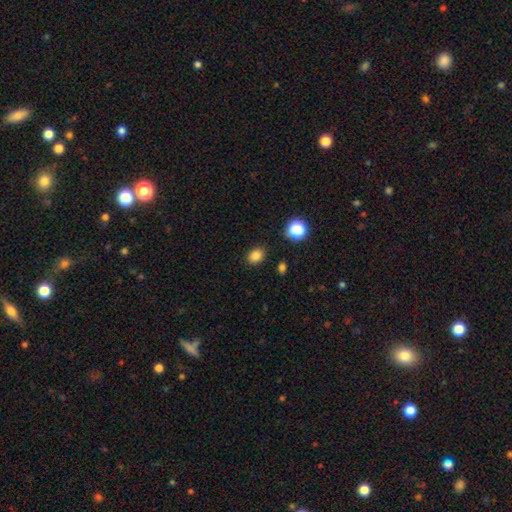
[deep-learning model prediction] smooth_or_featured: smooth (p=0.83) [alt: star or artifact p=0.13]
how_rounded: round (p=0.51) [alt: in between p=0.48]
merging: none (p=0.86) [alt: minor disturbance p=0.09]